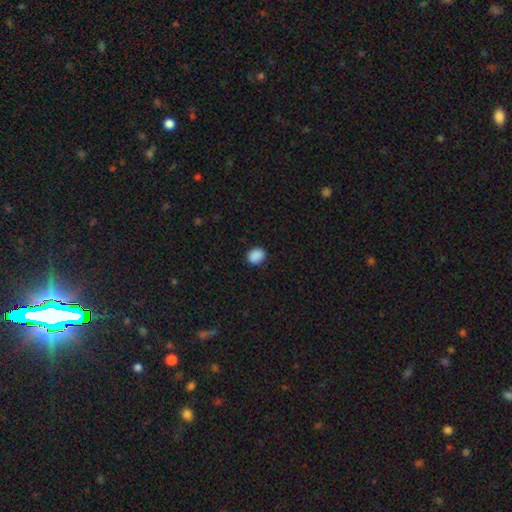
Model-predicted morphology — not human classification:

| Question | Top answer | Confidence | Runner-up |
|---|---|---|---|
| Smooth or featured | smooth | 89% | star or artifact (9%) |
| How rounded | round | 56% | in between (43%) |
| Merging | none | 89% | minor disturbance (8%) |